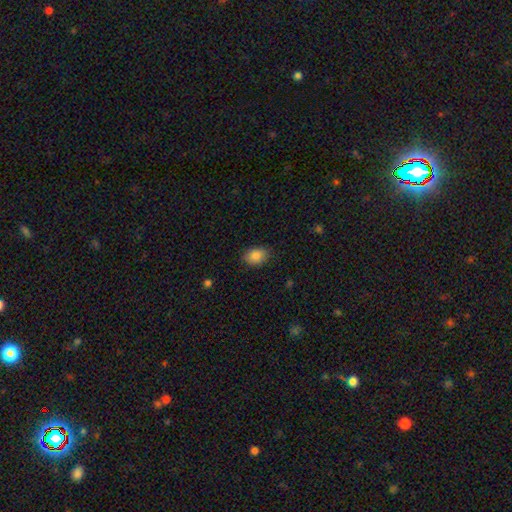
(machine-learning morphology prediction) A smooth galaxy with no disk features (86%) that is in between round and cigar-shaped (76%).

Vote fractions:
- Smooth or featured? smooth: 86% / star or artifact: 8% / featured or disk: 6%
- How rounded? in between: 76% / round: 23% / cigar-shaped: 1%
- Merging? none: 85% / minor disturbance: 12% / major disturbance: 3% / merger: 1%